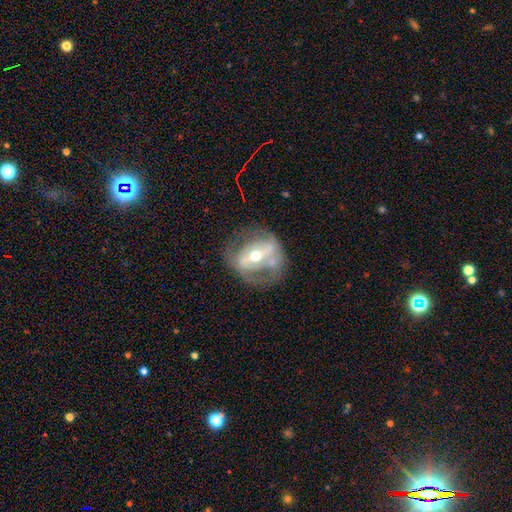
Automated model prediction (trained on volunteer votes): smooth-or-featured: featured or disk: 75% | smooth: 18% | star or artifact: 7%
  disk-edge-on: no: 93% | yes: 7%
    bar: strong: 51% | weak: 28% | no: 21%
    has-spiral-arms: yes: 53% | no: 47%
    bulge-size: moderate: 69% | small: 24% | large: 5% | dominant: 1% | none: 1%
  merging: none: 51% | minor disturbance: 22% | major disturbance: 21% | merger: 6%